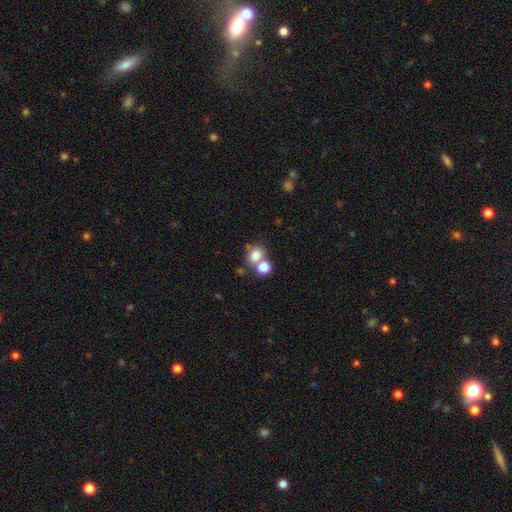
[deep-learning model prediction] This appears to be a smooth galaxy with no disk features (76%) that is round (58%). Merging: none (46%).